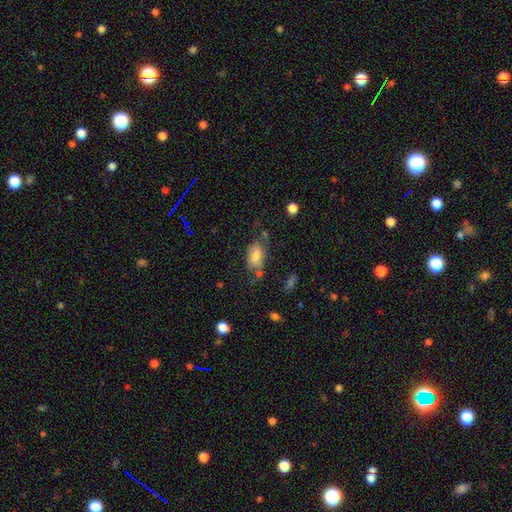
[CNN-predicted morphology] Smooth or featured: smooth — 72% (featured or disk — 19%)
How rounded: in between — 90% (round — 7%)
Merging: none — 53% (minor disturbance — 26%)